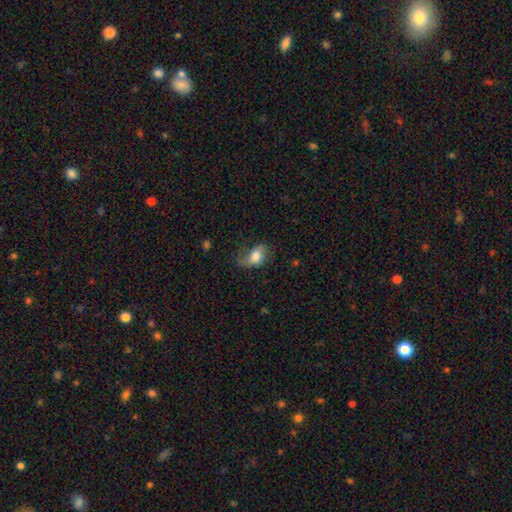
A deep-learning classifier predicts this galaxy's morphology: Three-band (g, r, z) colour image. It shows a smooth galaxy with no disk features (60%) that is in between round and cigar-shaped (85%). Merging: none (44%).